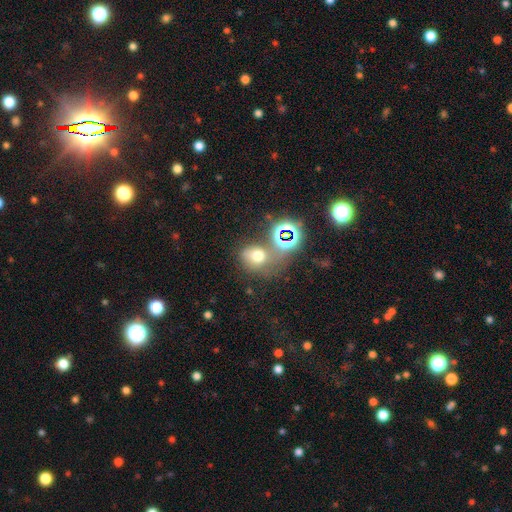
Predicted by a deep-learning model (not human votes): Q: Smooth or featured?
A: smooth (53%); runner-up: star or artifact (34%)
Q: How rounded?
A: round (58%); runner-up: in between (41%)
Q: Merging?
A: none (54%); runner-up: merger (20%)